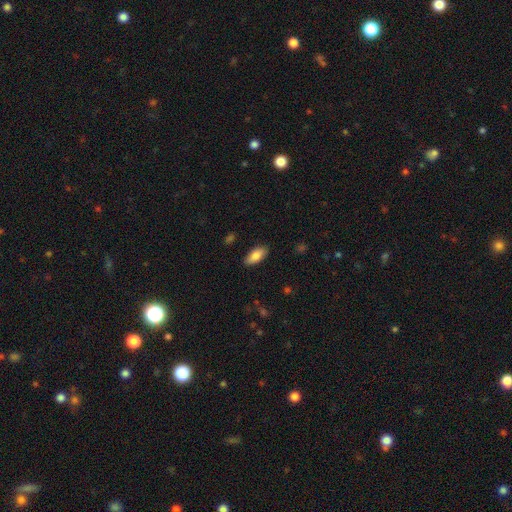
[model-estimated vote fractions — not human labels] smooth 82%, featured or disk 12%, star or artifact 6%. Down the decision tree: how rounded — in between (85%); merging — none (87%).